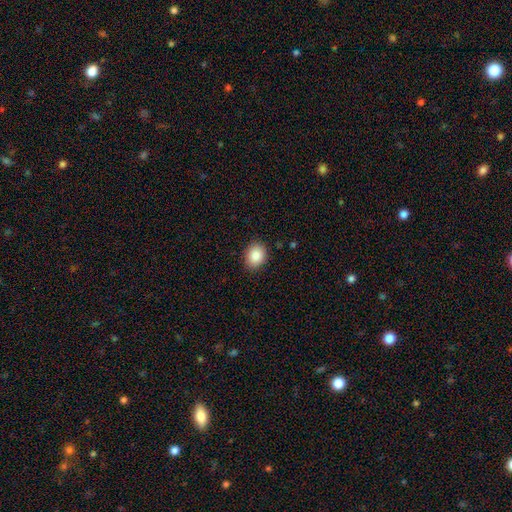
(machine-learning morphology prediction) type=smooth (85%); roundness=in between (50%, tied with round); merging=none (88%).